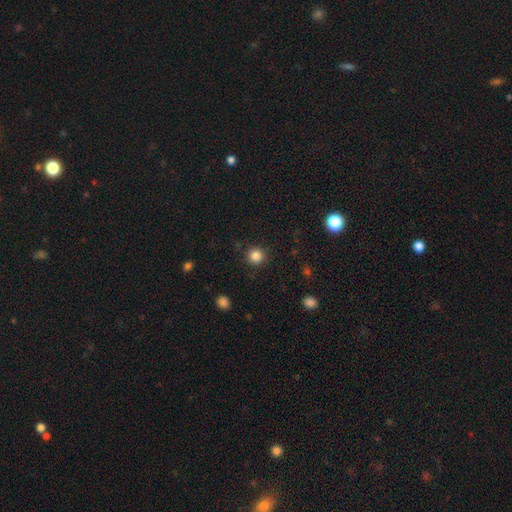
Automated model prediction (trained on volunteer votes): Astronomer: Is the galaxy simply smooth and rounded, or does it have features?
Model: smooth — 84%.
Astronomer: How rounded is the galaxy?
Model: round — 94%.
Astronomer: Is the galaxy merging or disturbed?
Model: none — 90%.